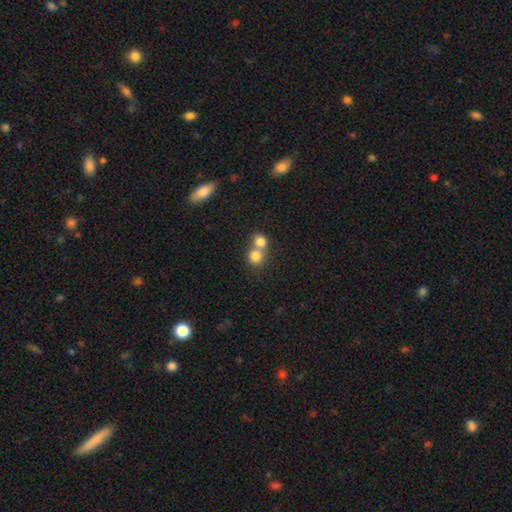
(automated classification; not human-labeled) Smooth or featured: smooth — 80% (star or artifact — 10%)
How rounded: round — 84% (in between — 15%)
Merging: merger — 56% (none — 36%)